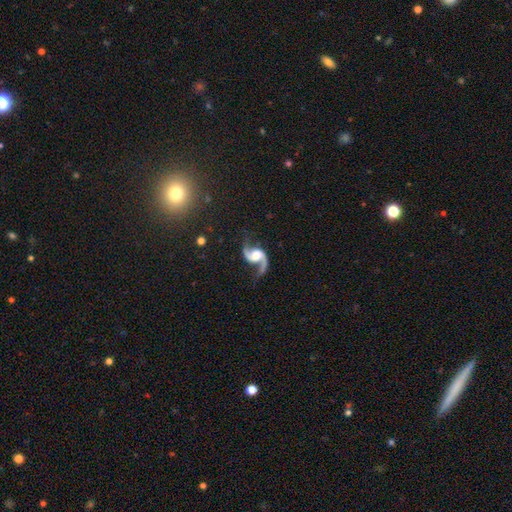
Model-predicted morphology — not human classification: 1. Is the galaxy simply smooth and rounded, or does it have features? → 92% featured or disk, 4% star or artifact, 4% smooth.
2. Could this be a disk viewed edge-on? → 98% no, 2% yes.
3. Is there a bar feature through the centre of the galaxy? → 54% no, 33% weak, 13% strong.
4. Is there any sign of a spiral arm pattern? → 98% yes, 2% no.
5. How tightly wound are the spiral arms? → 62% loose, 33% medium, 5% tight.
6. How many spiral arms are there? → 93% 2, 3% 1, 1% can't tell, 1% 3, 1% 4, 1% more than 4.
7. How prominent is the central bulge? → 41% moderate, 34% large, 13% small, 7% none, 5% dominant.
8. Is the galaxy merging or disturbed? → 74% none, 15% minor disturbance, 9% major disturbance, 2% merger.